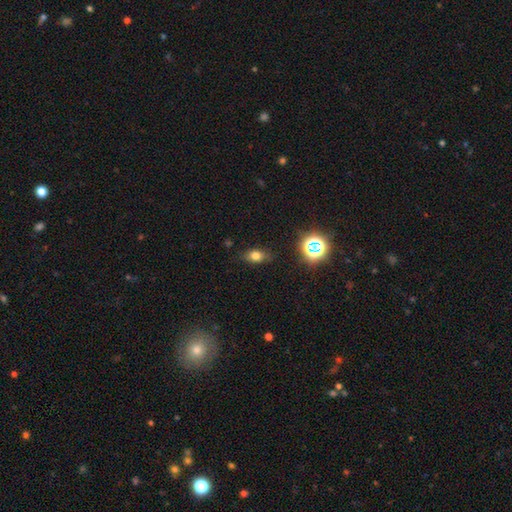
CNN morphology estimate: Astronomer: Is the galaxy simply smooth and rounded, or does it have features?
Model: smooth — 71%.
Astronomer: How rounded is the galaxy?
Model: in between — 75%.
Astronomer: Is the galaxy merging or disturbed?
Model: none — 81%.